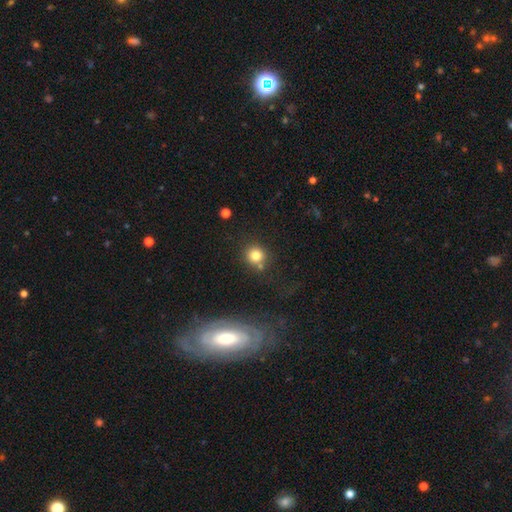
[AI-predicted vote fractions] This is likely a smooth galaxy (79%). How rounded: clearly round (89%). Merging: likely none (70%).